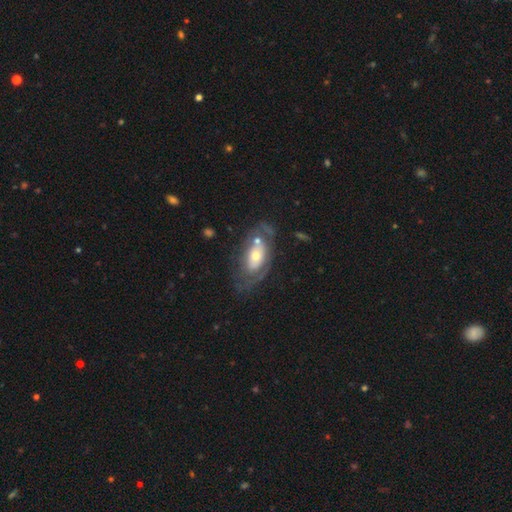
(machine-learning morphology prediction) type=featured or disk (62%); edge-on=no (91%); bar=no (81%); spiral arms=yes (51%); bulge=moderate (55%); merging=none (50%).